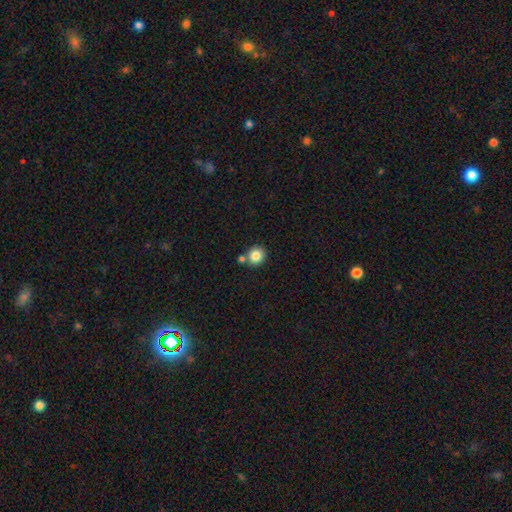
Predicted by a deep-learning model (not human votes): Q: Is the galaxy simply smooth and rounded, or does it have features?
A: smooth — 83%.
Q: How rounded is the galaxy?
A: round — 83%.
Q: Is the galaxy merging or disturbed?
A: none — 70%.